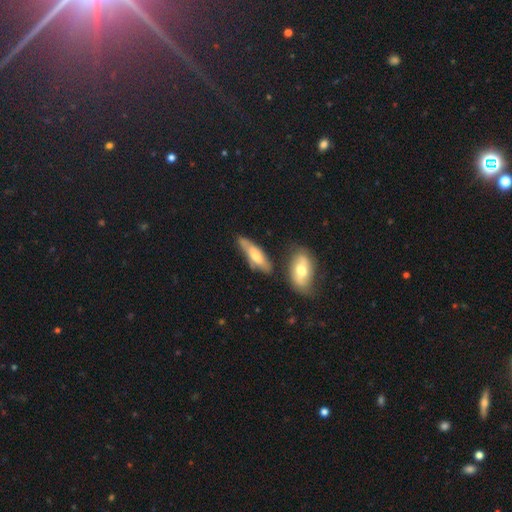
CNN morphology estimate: smooth 56%, featured or disk 38%, star or artifact 6%. Down the decision tree: how rounded — cigar-shaped (50%); merging — none (57%).